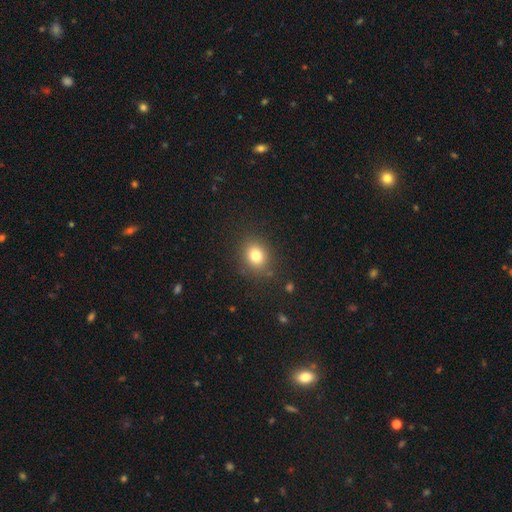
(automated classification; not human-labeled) Smooth or featured? smooth (79%)
How rounded? round (67%)
Merging? none (86%)